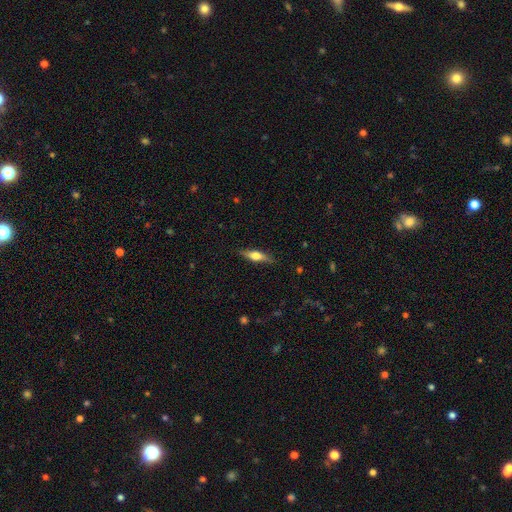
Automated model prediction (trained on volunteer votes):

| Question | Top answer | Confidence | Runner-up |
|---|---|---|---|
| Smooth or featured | featured or disk | 47% | smooth (46%) |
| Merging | none | 86% | minor disturbance (11%) |